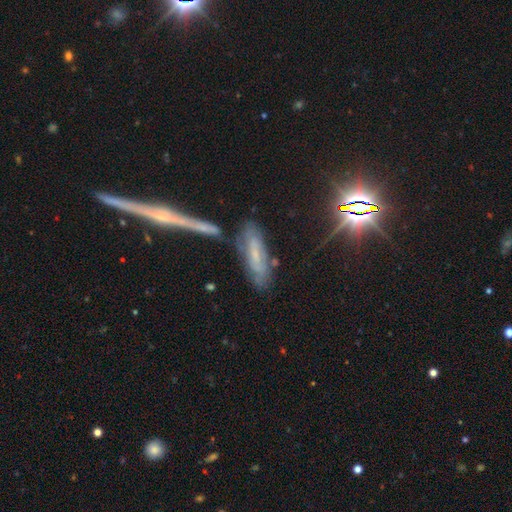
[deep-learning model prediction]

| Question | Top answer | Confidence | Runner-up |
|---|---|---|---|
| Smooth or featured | featured or disk | 48% | smooth (35%) |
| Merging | none | 61% | minor disturbance (19%) |